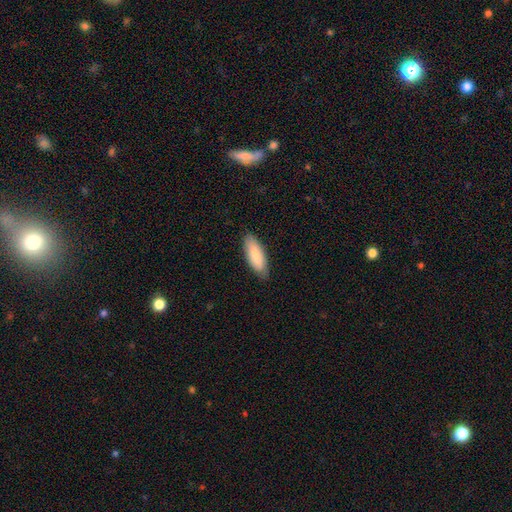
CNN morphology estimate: Q: Smooth or featured?
A: smooth (83%); runner-up: featured or disk (11%)
Q: How rounded?
A: in between (68%); runner-up: cigar-shaped (31%)
Q: Merging?
A: none (83%); runner-up: minor disturbance (14%)